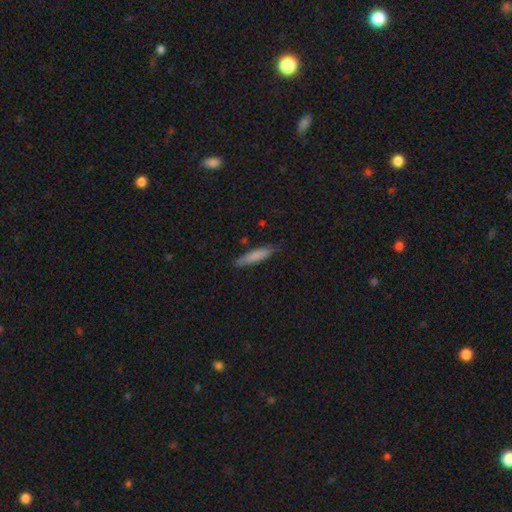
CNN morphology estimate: Smooth or featured? Predicted: smooth (p=0.79). How rounded? Predicted: cigar-shaped (p=0.84). Merging? Predicted: none (p=0.82).